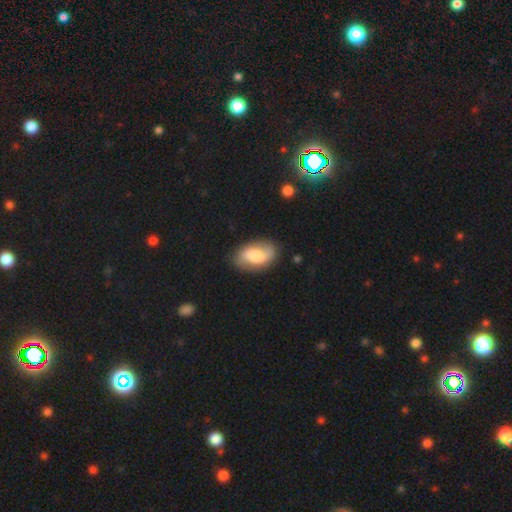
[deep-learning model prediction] Morphology: type=featured or disk (49%); merging=none (79%).